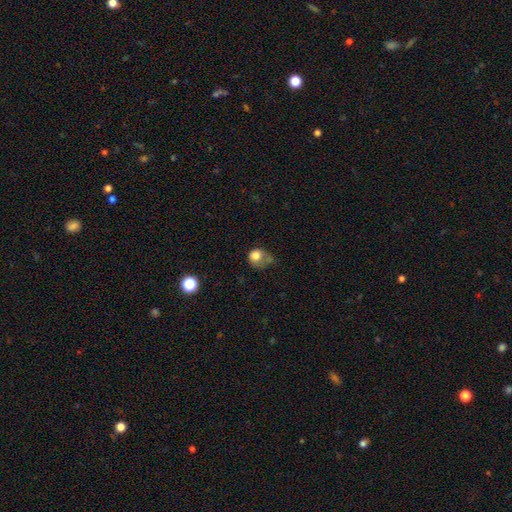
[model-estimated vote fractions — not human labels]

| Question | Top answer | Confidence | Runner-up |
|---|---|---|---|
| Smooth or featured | smooth | 77% | featured or disk (12%) |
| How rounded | round | 73% | in between (26%) |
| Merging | none | 30% | tied: major disturbance (30%) |